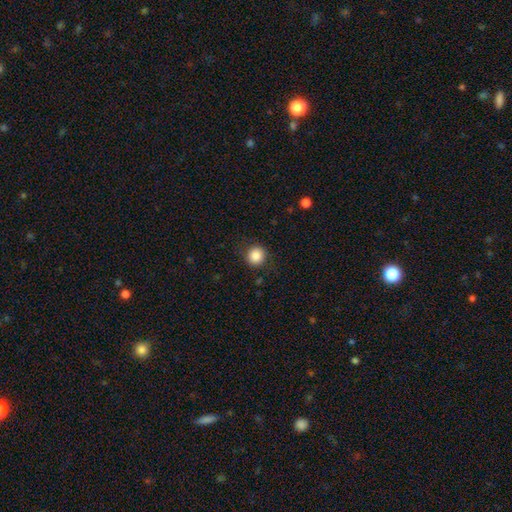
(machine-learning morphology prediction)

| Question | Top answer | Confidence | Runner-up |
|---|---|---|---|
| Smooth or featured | smooth | 86% | star or artifact (10%) |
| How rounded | round | 92% | in between (7%) |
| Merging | none | 87% | minor disturbance (9%) |